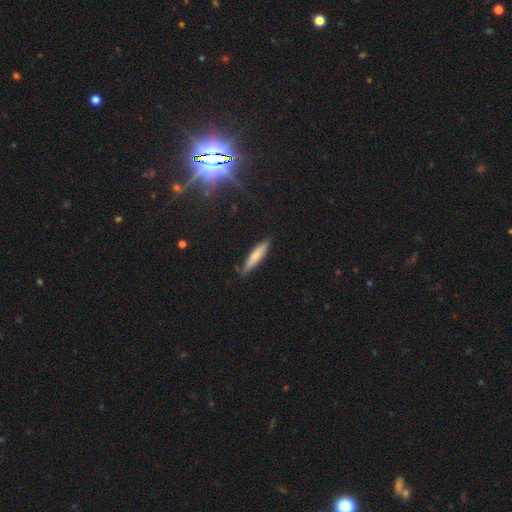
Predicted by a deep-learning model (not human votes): Smooth or featured: smooth — 65% (featured or disk — 28%)
How rounded: cigar-shaped — 85% (in between — 13%)
Merging: none — 81% (minor disturbance — 15%)